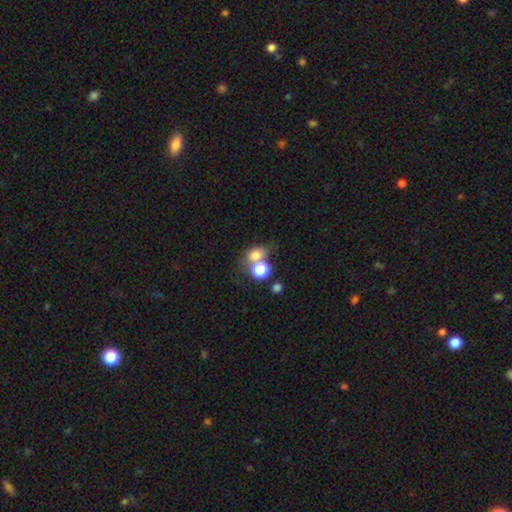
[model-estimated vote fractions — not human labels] Overall: smooth (75%). How rounded: round (54%; in between 45%). Merging: merger (50%; none 34%).